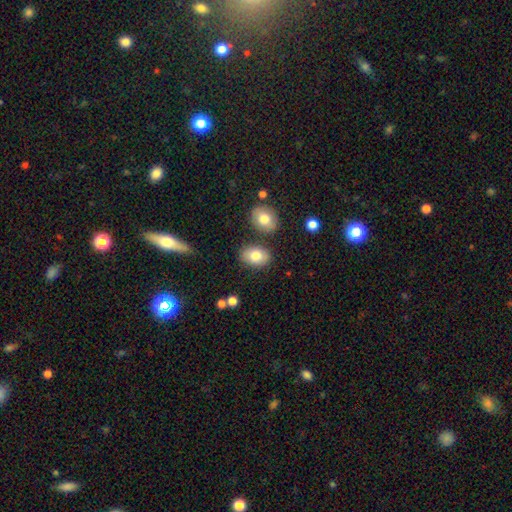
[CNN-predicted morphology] Smooth or featured: smooth — 80% (featured or disk — 12%)
How rounded: in between — 81% (round — 18%)
Merging: none — 79% (minor disturbance — 11%)